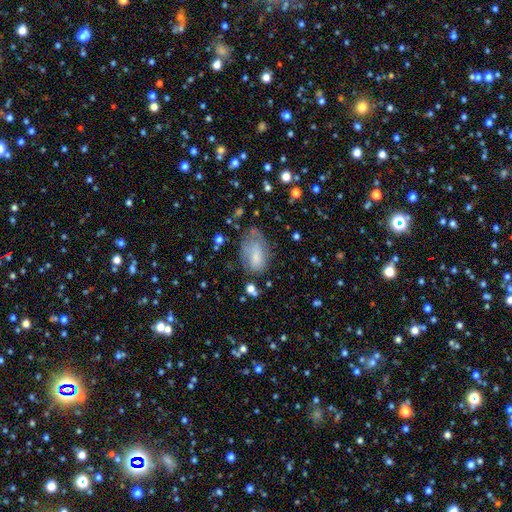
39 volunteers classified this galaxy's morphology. A smooth galaxy with no disk features (79%) that is in between round and cigar-shaped (97%). Merging: minor disturbance (38%).